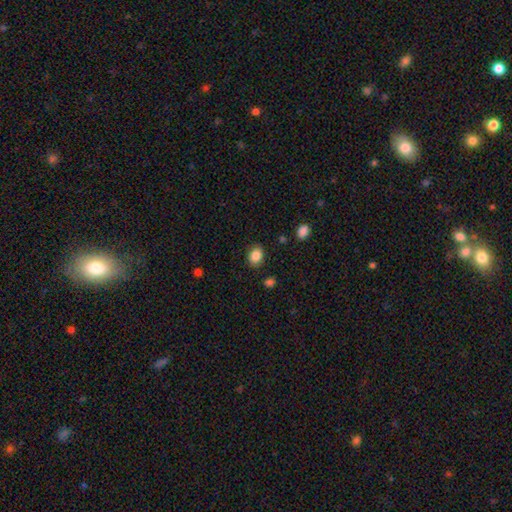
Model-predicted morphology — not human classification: Smooth or featured? smooth (86%)
How rounded? in between (61%)
Merging? none (86%)